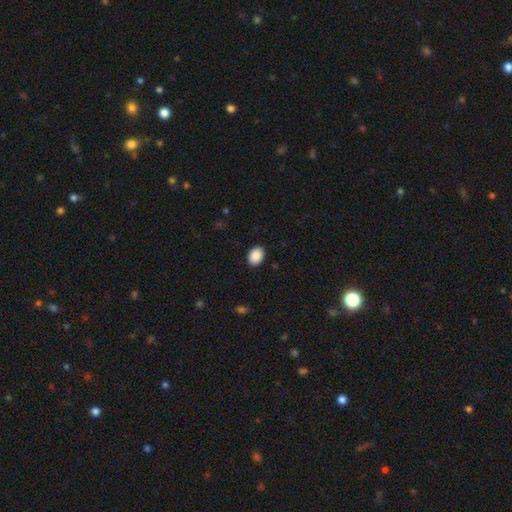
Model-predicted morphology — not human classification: Smooth or featured? smooth (90%)
How rounded? in between (75%)
Merging? none (90%)